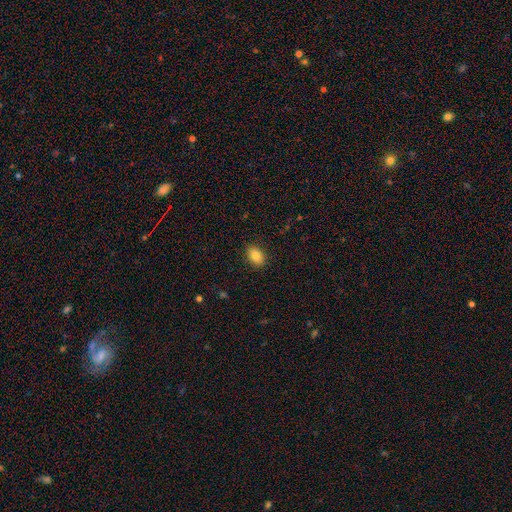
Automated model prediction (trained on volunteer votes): A smooth galaxy with no disk features (86%) that is in between round and cigar-shaped (79%).

Vote fractions:
- Smooth or featured? smooth: 86% / star or artifact: 9% / featured or disk: 5%
- How rounded? in between: 79% / round: 20% / cigar-shaped: 1%
- Merging? none: 89% / minor disturbance: 8% / major disturbance: 2% / merger: 1%